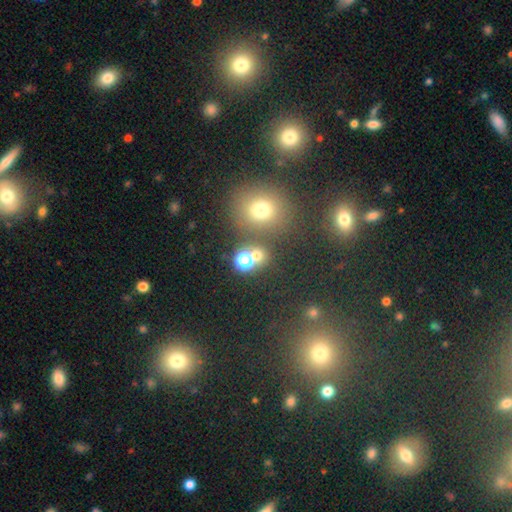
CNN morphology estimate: A smooth galaxy with no disk features (60%) that is round (86%).

Vote fractions:
- Smooth or featured? smooth: 60% / star or artifact: 32% / featured or disk: 9%
- How rounded? round: 86% / in between: 13% / cigar-shaped: 1%
- Merging? none: 65% / merger: 23% / minor disturbance: 7% / major disturbance: 5%